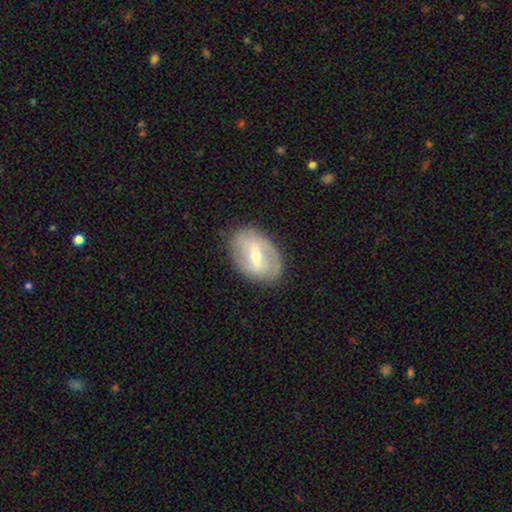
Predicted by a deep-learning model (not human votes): Smooth or featured?
  - featured or disk: 65% *
  - smooth: 29%
  - star or artifact: 6%
Edge-on disk?
  - no: 93% *
  - yes: 7%
Bar?
  - weak: 42% *
  - strong: 39%
  - no: 18%
Spiral arms?
  - yes: 60% *
  - no: 40%
Bulge size?
  - small: 49% *
  - moderate: 47%
  - large: 2%
  - none: 1%
  - dominant: 1%
Merging?
  - none: 78% *
  - minor disturbance: 15%
  - major disturbance: 5%
  - merger: 1%